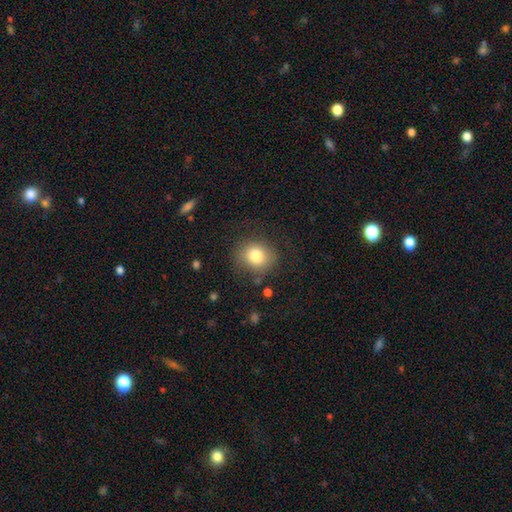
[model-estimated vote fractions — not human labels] smooth_or_featured: smooth (p=0.80) [alt: star or artifact p=0.10]
how_rounded: round (p=0.78) [alt: in between p=0.21]
merging: none (p=0.76) [alt: minor disturbance p=0.15]